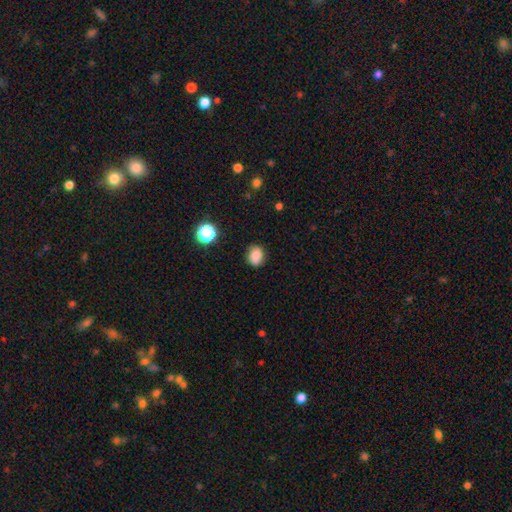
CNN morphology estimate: Overall: smooth (83%). How rounded: round (50%; in between 49%). Merging: none (80%).